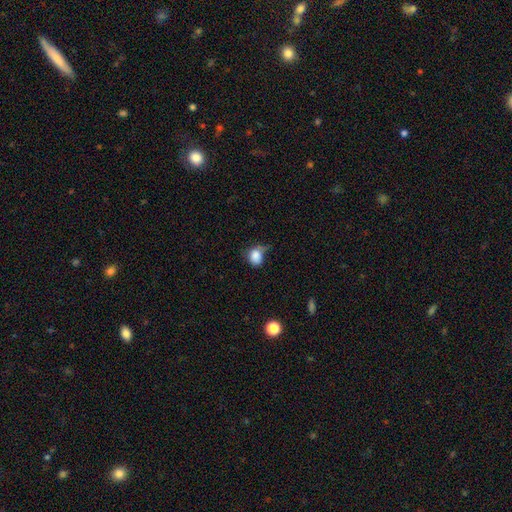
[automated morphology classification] Q: Smooth or featured?
A: smooth (82%); runner-up: star or artifact (10%)
Q: How rounded?
A: round (54%); runner-up: in between (45%)
Q: Merging?
A: minor disturbance (38%); runner-up: none (35%)